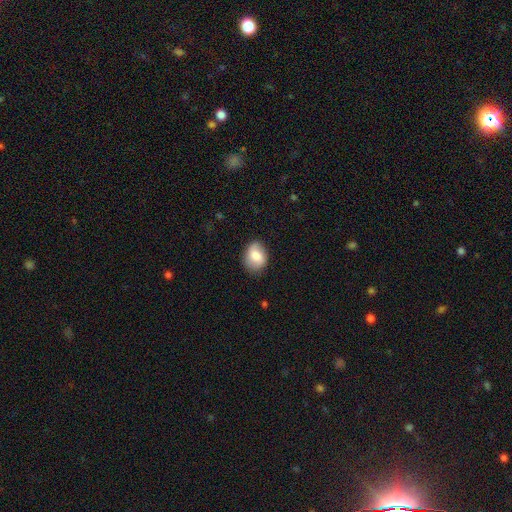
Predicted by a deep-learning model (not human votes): Smooth or featured? Predicted: smooth (p=0.76). How rounded? Predicted: in between (p=0.61). Merging? Predicted: none (p=0.78).